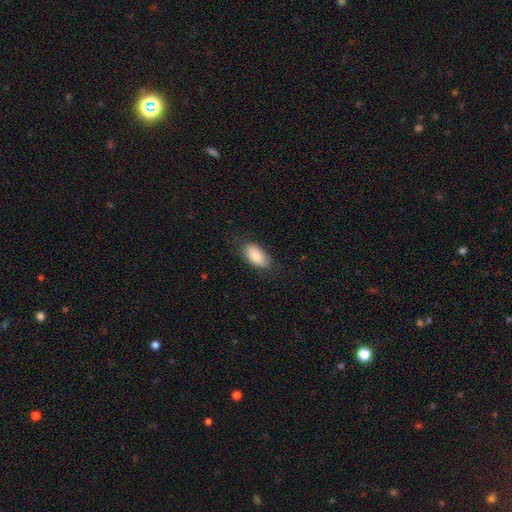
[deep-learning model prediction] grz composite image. It shows a smooth galaxy with no disk features (86%) that is in between round and cigar-shaped (94%). Merging: none (81%).